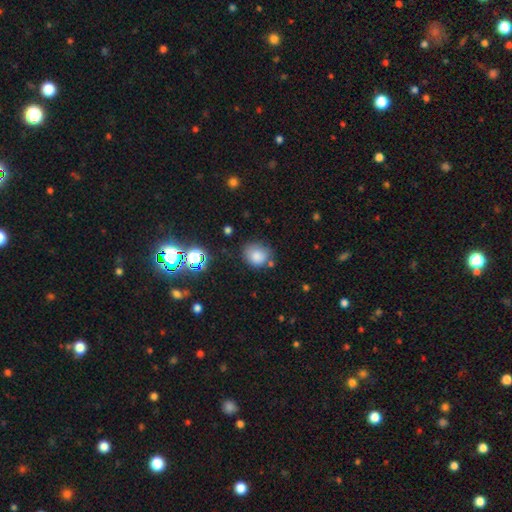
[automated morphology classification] smooth 81%, star or artifact 13%, featured or disk 7%. Down the decision tree: how rounded — round (71%); merging — none (67%).